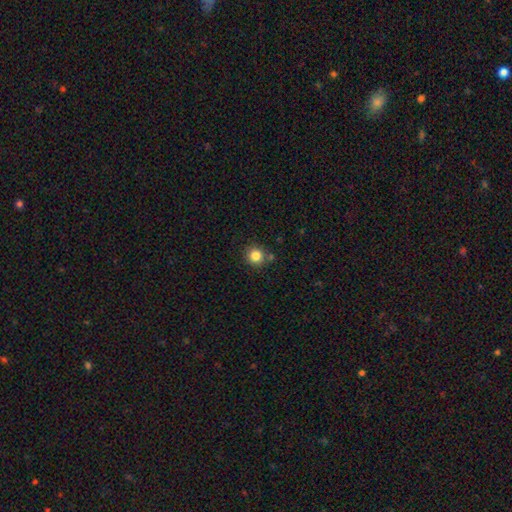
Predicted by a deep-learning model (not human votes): A smooth galaxy with no disk features (83%) that is round (92%). Merging: none (81%).